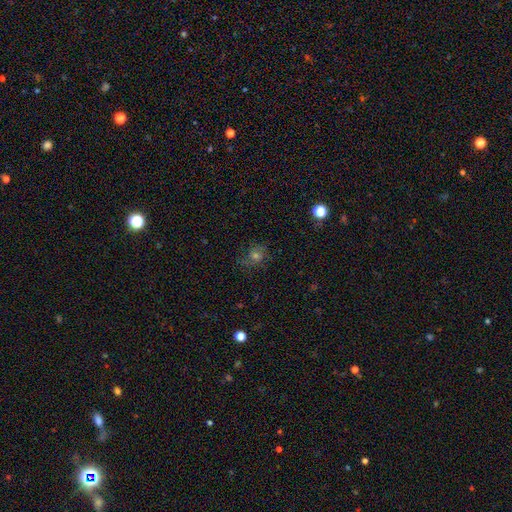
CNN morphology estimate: type=smooth (41%); merging=none (68%).